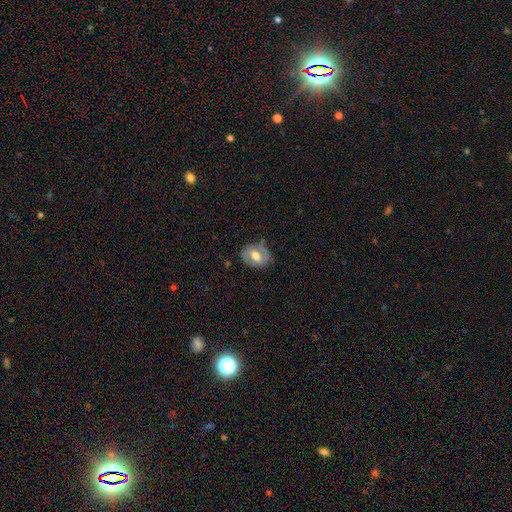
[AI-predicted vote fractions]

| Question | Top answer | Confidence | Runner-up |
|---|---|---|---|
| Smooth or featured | featured or disk | 53% | smooth (40%) |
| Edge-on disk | no | 94% | yes (6%) |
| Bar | weak | 42% | no (33%) |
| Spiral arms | yes | 61% | no (39%) |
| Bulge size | moderate | 60% | large (27%) |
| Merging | none | 60% | minor disturbance (28%) |